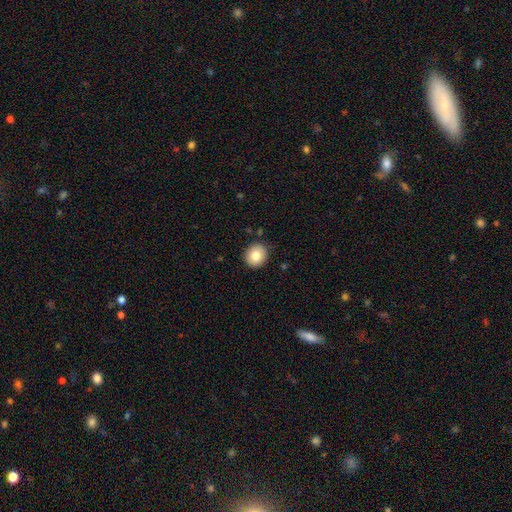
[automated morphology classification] smooth_or_featured: smooth (p=0.80) [alt: featured or disk p=0.10]
how_rounded: round (p=0.86) [alt: in between p=0.13]
merging: none (p=0.89) [alt: minor disturbance p=0.08]